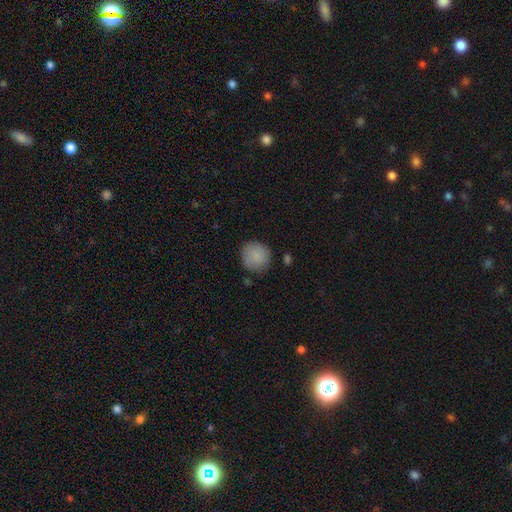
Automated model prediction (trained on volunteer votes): Smooth or featured?
  - smooth: 86% *
  - featured or disk: 7%
  - star or artifact: 7%
How rounded?
  - round: 91% *
  - in between: 8%
  - cigar-shaped: 1%
Merging?
  - none: 81% *
  - minor disturbance: 14%
  - major disturbance: 3%
  - merger: 3%